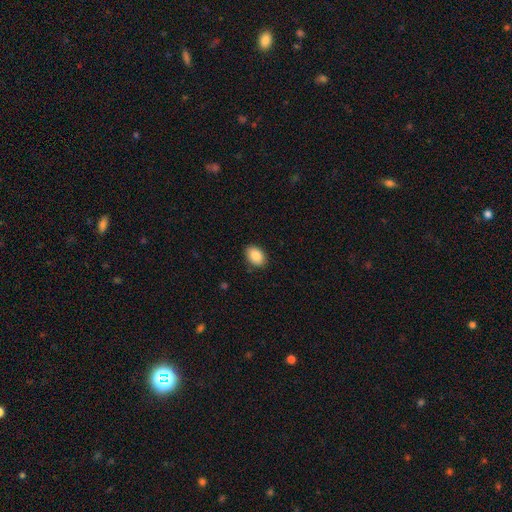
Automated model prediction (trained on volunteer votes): Morphology: type=smooth (88%); roundness=in between (83%); merging=none (88%).